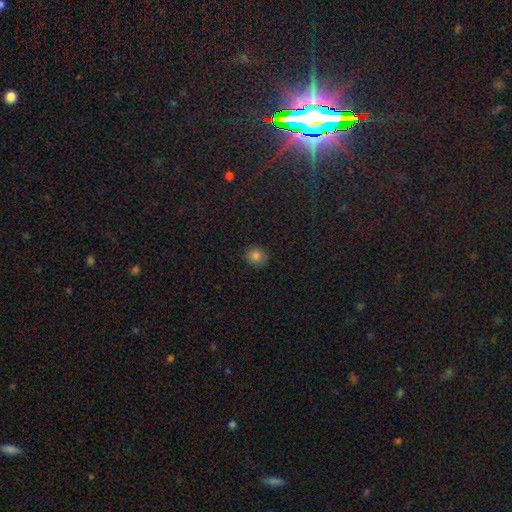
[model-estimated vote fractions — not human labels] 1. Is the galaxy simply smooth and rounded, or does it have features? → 82% smooth, 13% star or artifact, 5% featured or disk.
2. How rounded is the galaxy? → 87% round, 12% in between, 1% cigar-shaped.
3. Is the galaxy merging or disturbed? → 88% none, 9% minor disturbance, 2% major disturbance, 1% merger.